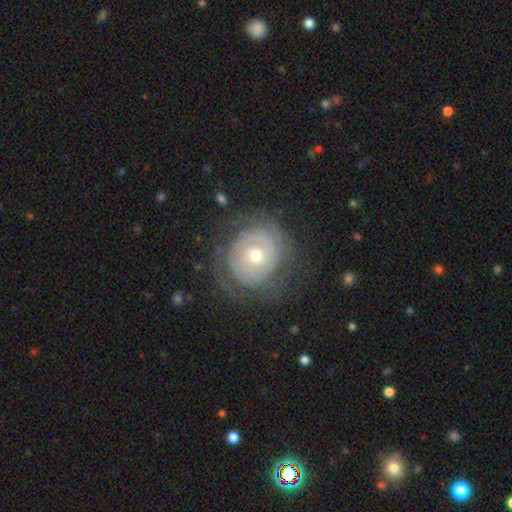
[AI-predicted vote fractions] smooth-or-featured: featured or disk: 76% | smooth: 17% | star or artifact: 6%
  disk-edge-on: no: 97% | yes: 3%
    bar: no: 76% | weak: 18% | strong: 6%
    has-spiral-arms: yes: 79% | no: 21%
      spiral-winding: tight: 78% | medium: 16% | loose: 6%
      spiral-arm-count: can't tell: 39% | 2: 33% | 3: 11% | 1: 8% | 4: 5% | more than 4: 4%
    bulge-size: moderate: 68% | small: 26% | large: 4% | dominant: 1% | none: 1%
  merging: none: 75% | minor disturbance: 15% | major disturbance: 9% | merger: 1%